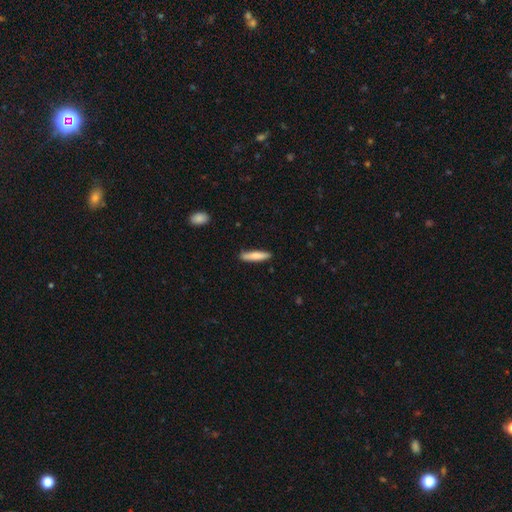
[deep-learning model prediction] Morphology: type=smooth (77%); roundness=cigar-shaped (85%); merging=none (87%).